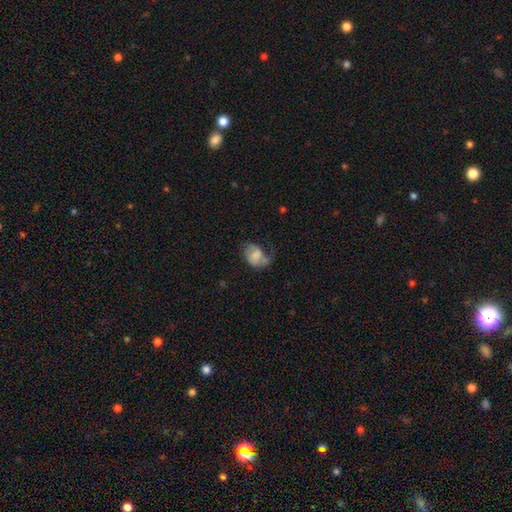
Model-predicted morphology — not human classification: smooth-or-featured: smooth: 53% | featured or disk: 38% | star or artifact: 9%
  how-rounded: in between: 68% | round: 31% | cigar-shaped: 1%
  merging: major disturbance: 33% | none: 32% | minor disturbance: 28% | merger: 6%